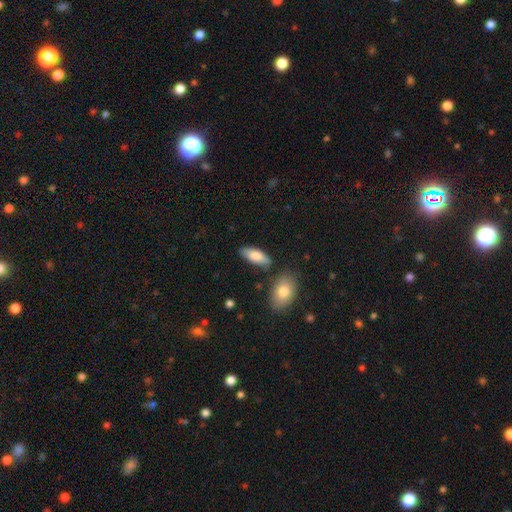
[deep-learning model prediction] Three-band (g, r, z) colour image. It shows a smooth galaxy with no disk features (79%) that is in between round and cigar-shaped (80%). Merging: none (77%).